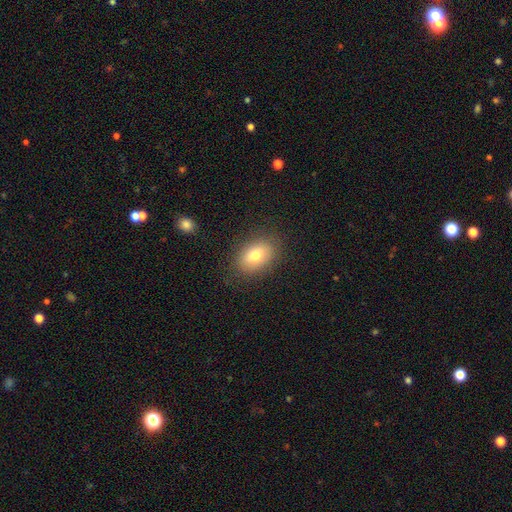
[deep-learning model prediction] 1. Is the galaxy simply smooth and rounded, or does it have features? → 76% smooth, 15% featured or disk, 9% star or artifact.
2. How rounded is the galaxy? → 81% in between, 18% round, 1% cigar-shaped.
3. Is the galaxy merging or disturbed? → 84% none, 11% minor disturbance, 3% major disturbance, 1% merger.